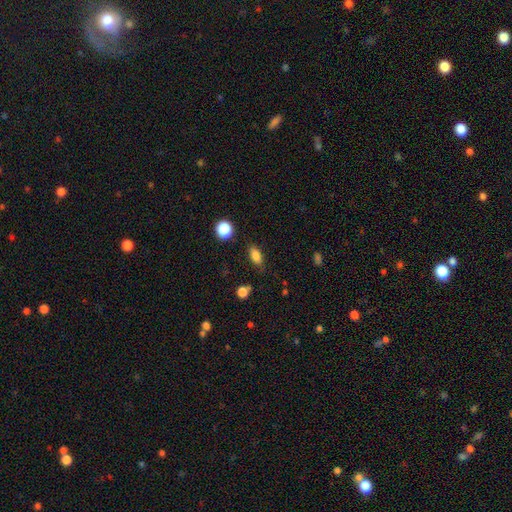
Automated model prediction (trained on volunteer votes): A smooth galaxy with no disk features (83%) that is in between round and cigar-shaped (82%). Merging: none (82%).